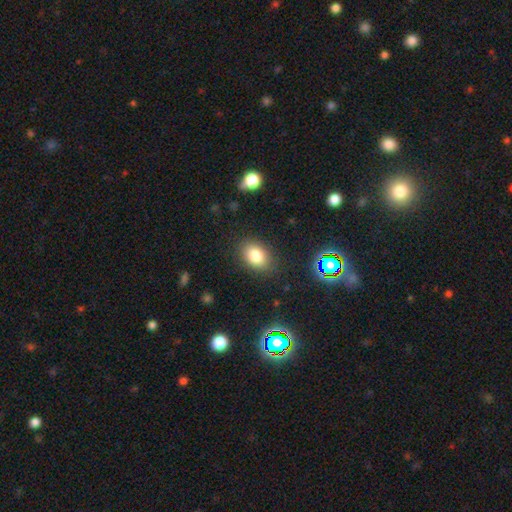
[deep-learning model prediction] smooth_or_featured: smooth (p=0.81) [alt: star or artifact p=0.11]
how_rounded: in between (p=0.72) [alt: round p=0.27]
merging: none (p=0.85) [alt: minor disturbance p=0.11]